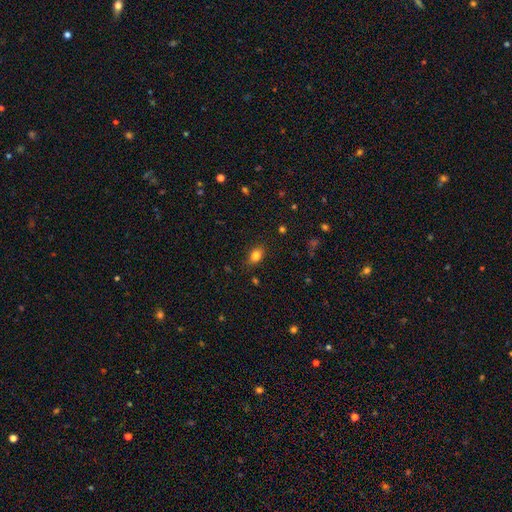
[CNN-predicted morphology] This is clearly a smooth galaxy (83%). How rounded: likely in between (77%). Merging: clearly none (82%).